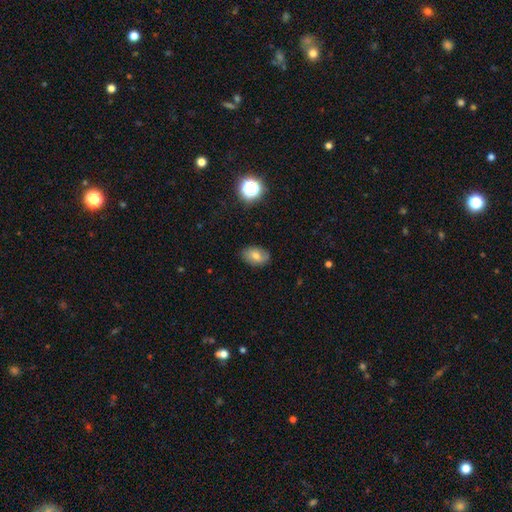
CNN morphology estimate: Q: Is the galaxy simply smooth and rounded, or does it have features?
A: smooth — 72%.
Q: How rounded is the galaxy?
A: in between — 84%.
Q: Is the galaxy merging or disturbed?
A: none — 83%.